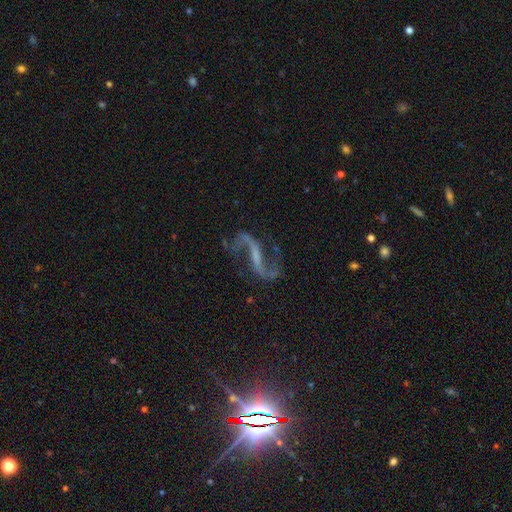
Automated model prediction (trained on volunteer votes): Q: Smooth or featured?
A: featured or disk (89%); runner-up: star or artifact (7%)
Q: Edge-on disk?
A: no (96%); runner-up: yes (4%)
Q: Bar?
A: strong (50%); runner-up: weak (34%)
Q: Spiral arms?
A: yes (97%); runner-up: no (3%)
Q: Spiral winding?
A: loose (79%); runner-up: medium (18%)
Q: Spiral arm count?
A: 2 (94%); runner-up: 1 (2%)
Q: Bulge size?
A: none (51%); runner-up: small (33%)
Q: Merging?
A: none (72%); runner-up: minor disturbance (14%)